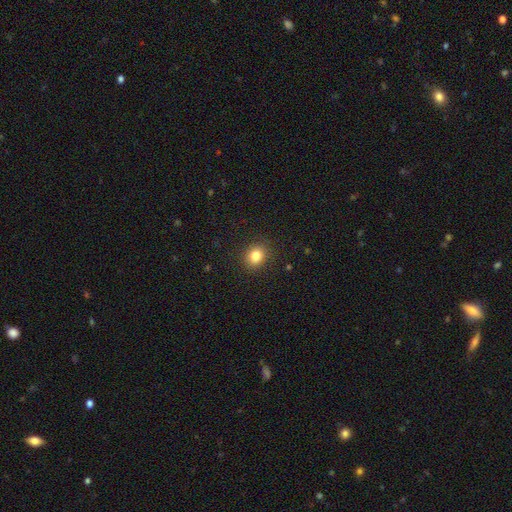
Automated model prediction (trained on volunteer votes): This appears to be a smooth galaxy with no disk features (83%) that is round (66%). Merging: none (89%).